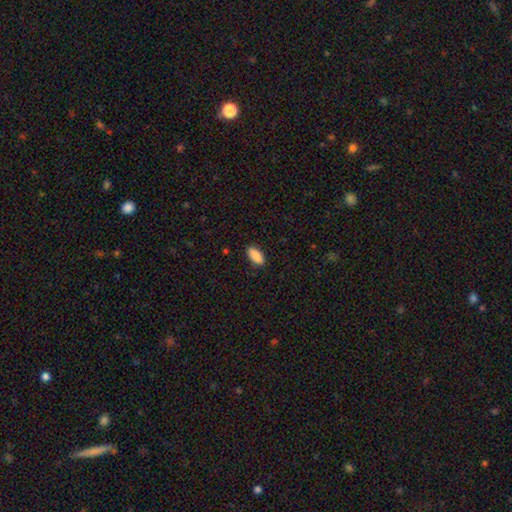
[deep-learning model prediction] This appears to be a smooth galaxy with no disk features (89%) that is in between round and cigar-shaped (84%). Merging: none (89%).